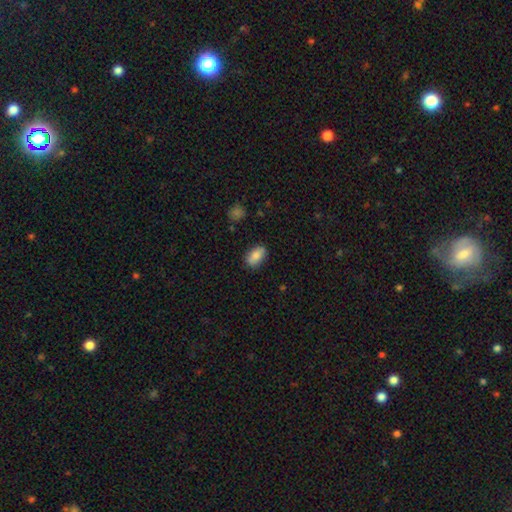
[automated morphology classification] This appears to be a smooth galaxy with no disk features (82%) that is in between round and cigar-shaped (91%). Merging: none (84%).